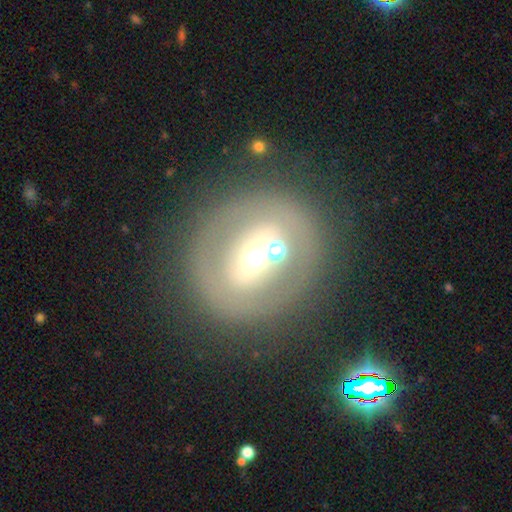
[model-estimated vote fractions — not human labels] Overall: featured or disk (52%; smooth 35%). Edge-on disk: no (90%). Merging: none (74%).